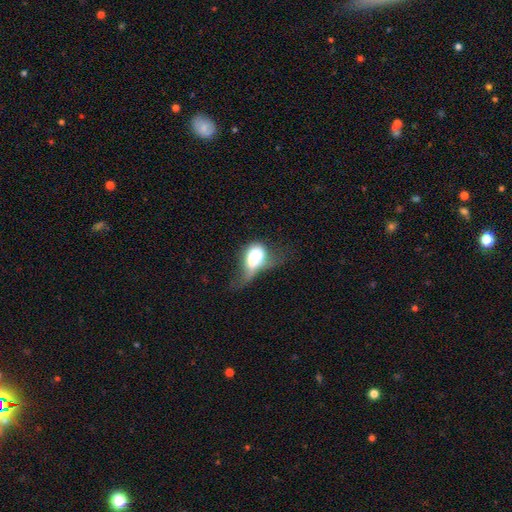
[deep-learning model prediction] smooth_or_featured: smooth (p=0.58) [alt: featured or disk p=0.32]
how_rounded: in between (p=0.67) [alt: round p=0.30]
merging: major disturbance (p=0.37) [tied with: merger p=0.37]